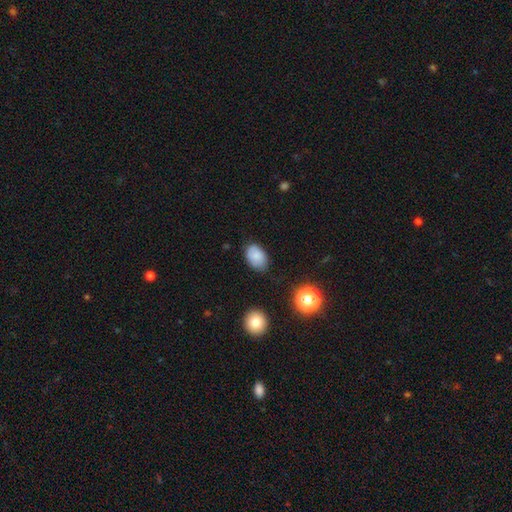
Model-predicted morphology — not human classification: type=smooth (81%); roundness=in between (86%); merging=none (73%).